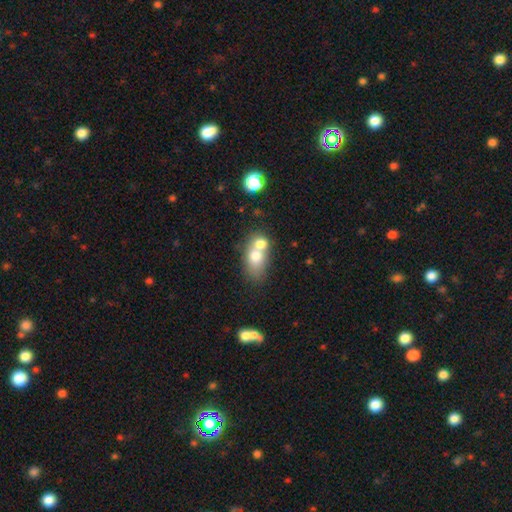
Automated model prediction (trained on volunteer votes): This is likely a smooth galaxy (68%). How rounded: likely in between (66%). Merging: likely merger (63%).